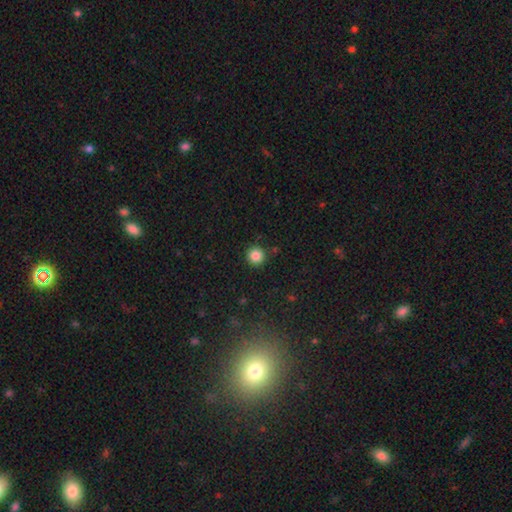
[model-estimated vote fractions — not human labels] smooth 85%, star or artifact 11%, featured or disk 4%. Down the decision tree: how rounded — round (95%); merging — none (90%).